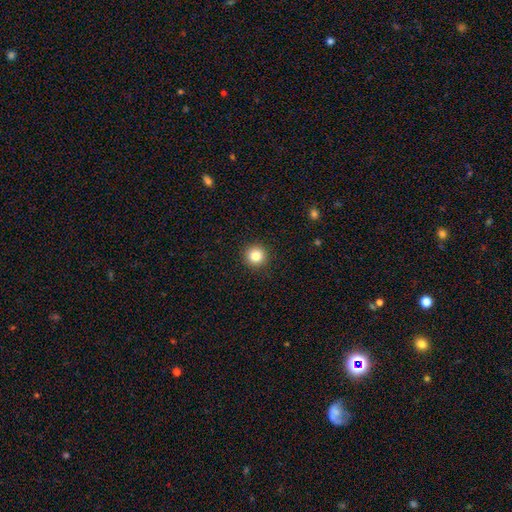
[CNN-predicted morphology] Overall: smooth (85%). How rounded: round (95%). Merging: none (92%).